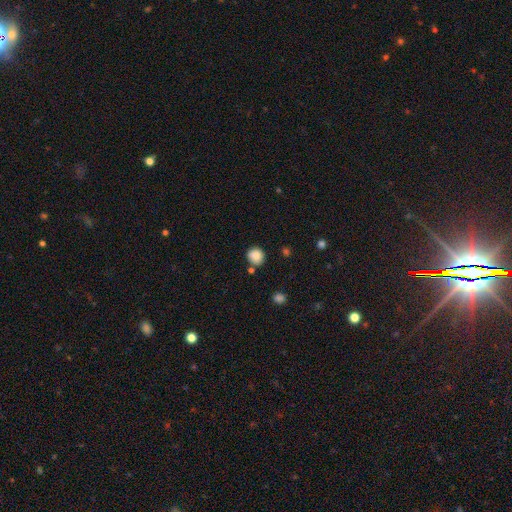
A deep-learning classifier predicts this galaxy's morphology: Smooth or featured?
  - smooth: 87% *
  - star or artifact: 9%
  - featured or disk: 4%
How rounded?
  - round: 85% *
  - in between: 15%
  - cigar-shaped: 1%
Merging?
  - none: 78% *
  - minor disturbance: 12%
  - merger: 6%
  - major disturbance: 3%